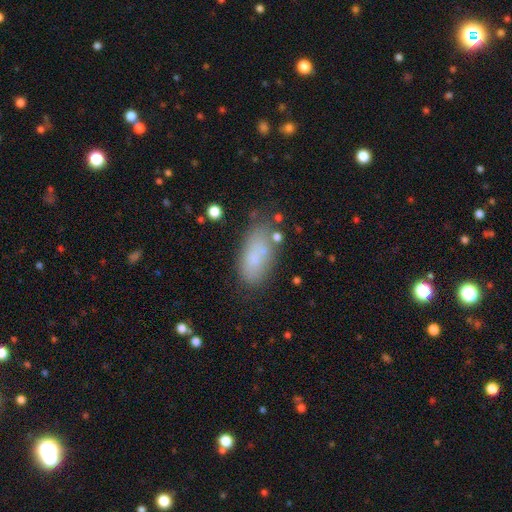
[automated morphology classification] smooth 77%, featured or disk 14%, star or artifact 9%. Down the decision tree: how rounded — in between (89%); merging — none (64%).